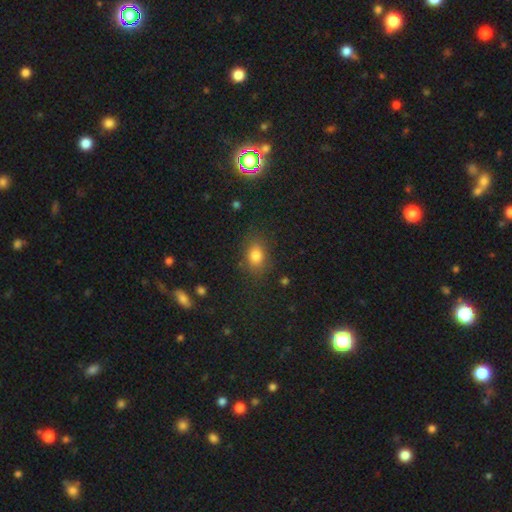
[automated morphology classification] Smooth or featured? smooth (80%)
How rounded? in between (69%)
Merging? none (79%)